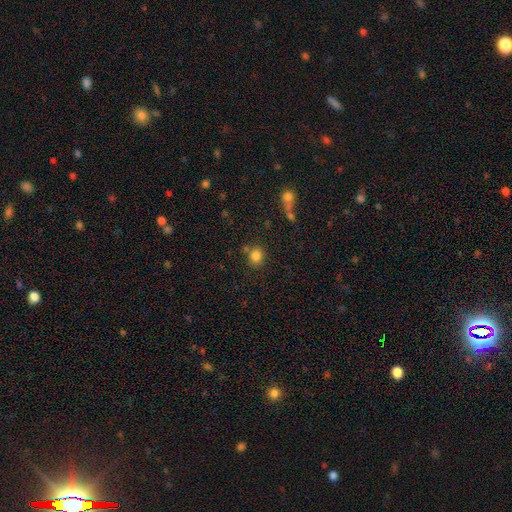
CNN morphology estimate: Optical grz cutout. It shows a smooth galaxy with no disk features (83%) that is round (75%). Merging: none (75%).